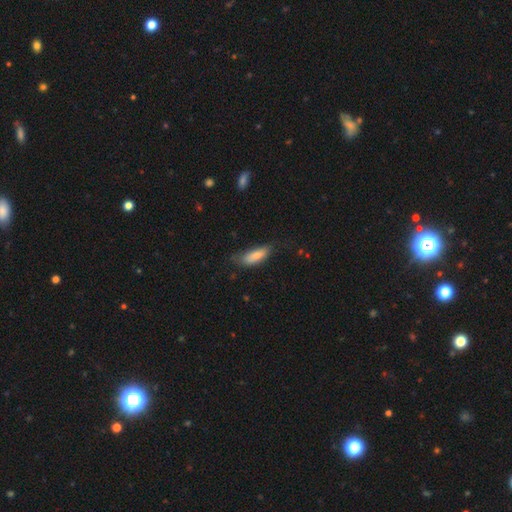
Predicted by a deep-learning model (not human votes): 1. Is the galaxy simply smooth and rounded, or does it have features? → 76% smooth, 18% featured or disk, 6% star or artifact.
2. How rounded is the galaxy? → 67% in between, 31% cigar-shaped, 2% round.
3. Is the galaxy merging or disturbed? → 58% none, 31% minor disturbance, 10% major disturbance, 2% merger.